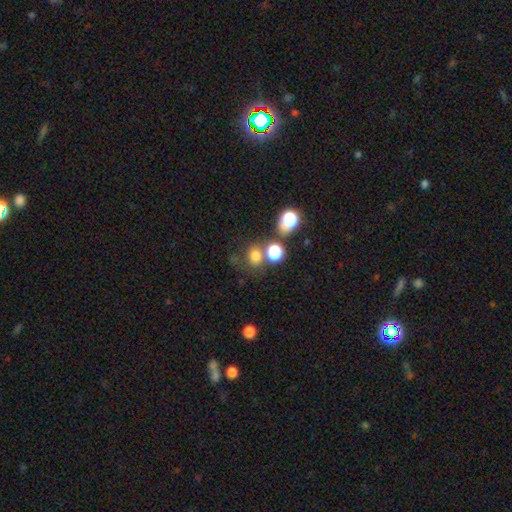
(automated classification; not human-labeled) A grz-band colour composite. It shows a smooth galaxy with no disk features (74%) that is round (74%). Merging: none (57%).